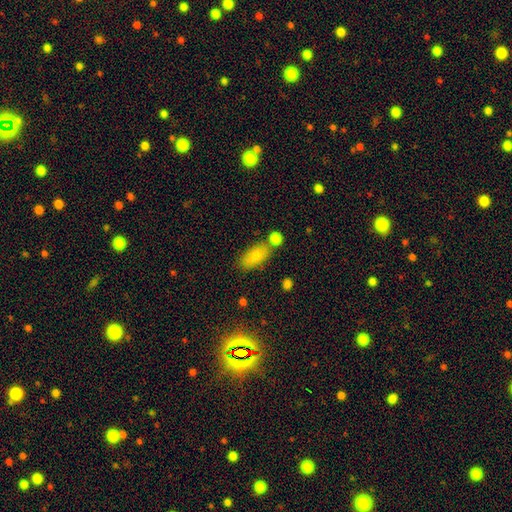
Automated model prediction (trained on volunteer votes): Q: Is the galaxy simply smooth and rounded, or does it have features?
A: smooth — 82%.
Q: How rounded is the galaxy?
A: in between — 87%.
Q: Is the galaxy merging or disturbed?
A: none — 64%.